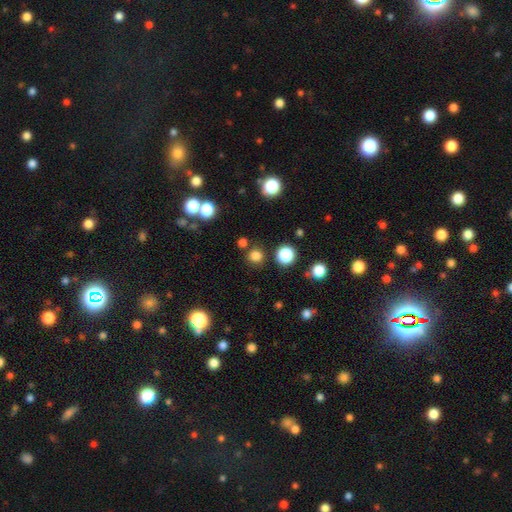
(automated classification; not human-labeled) smooth-or-featured: smooth: 78% | star or artifact: 18% | featured or disk: 4%
  how-rounded: round: 92% | in between: 7% | cigar-shaped: 1%
  merging: none: 84% | minor disturbance: 7% | merger: 5% | major disturbance: 3%